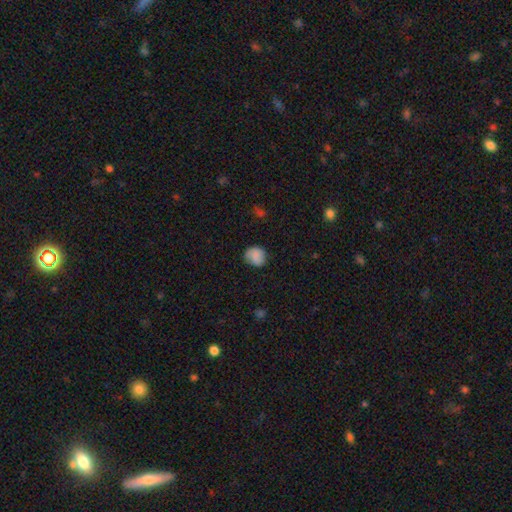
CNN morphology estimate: Overall: smooth (81%). How rounded: round (72%). Merging: none (72%).